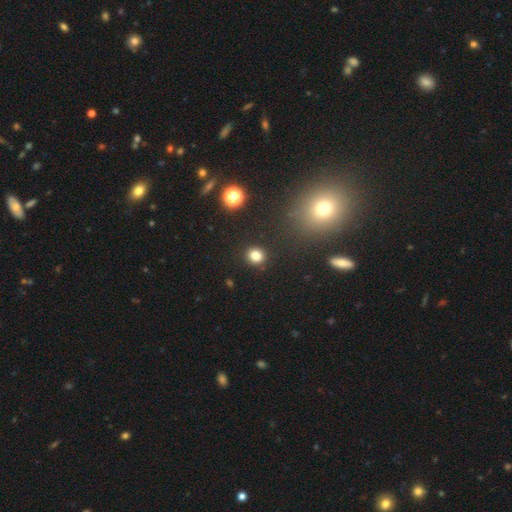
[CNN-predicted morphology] Overall: smooth (82%). How rounded: round (80%). Merging: none (90%).